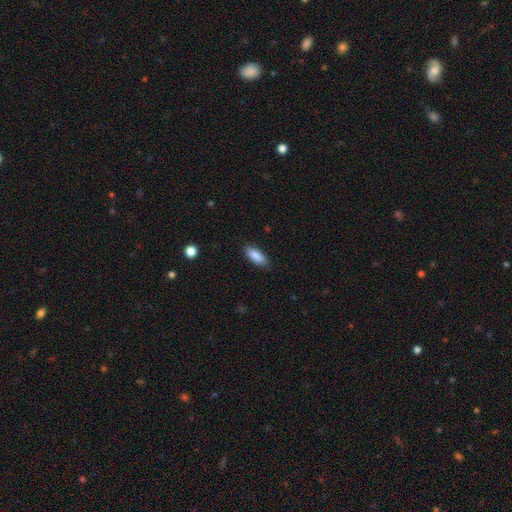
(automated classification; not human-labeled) smooth 87%, featured or disk 6%, star or artifact 6%. Down the decision tree: how rounded — in between (73%); merging — none (87%).